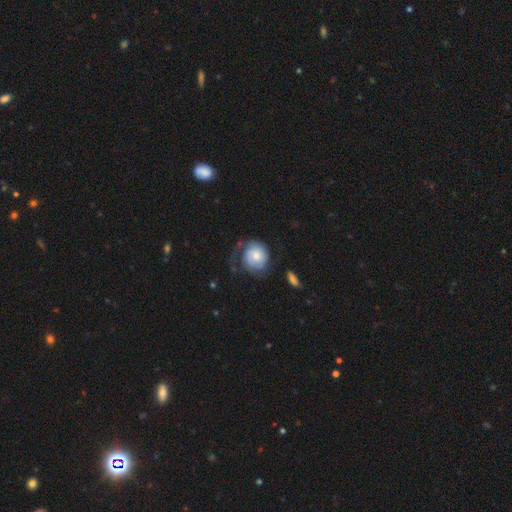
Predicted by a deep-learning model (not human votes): A featured or disk galaxy (56%) with no bar (75%), spiral arms (83%) and a moderate central bulge (50%).

Vote fractions:
- Smooth or featured? featured or disk: 56% / smooth: 37% / star or artifact: 7%
- Edge-on disk? no: 97% / yes: 3%
- Bar? no: 75% / weak: 21% / strong: 3%
- Spiral arms? yes: 83% / no: 17%
- Bulge size? moderate: 50% / small: 36% / large: 9% / none: 3% / dominant: 2%
- Merging? none: 46% / major disturbance: 27% / minor disturbance: 24% / merger: 3%